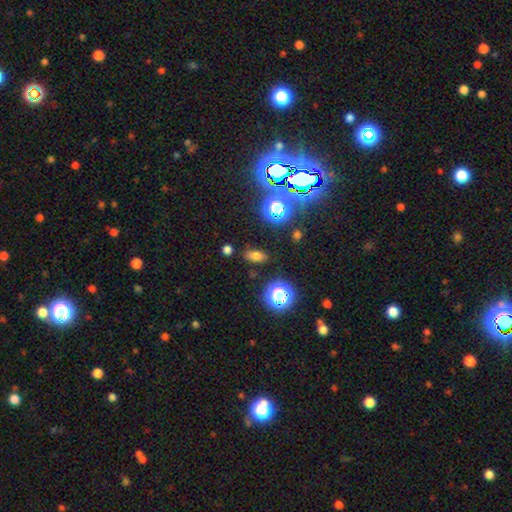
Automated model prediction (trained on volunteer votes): Q: Smooth or featured?
A: smooth (70%); runner-up: star or artifact (21%)
Q: How rounded?
A: in between (75%); runner-up: round (14%)
Q: Merging?
A: none (83%); runner-up: minor disturbance (11%)